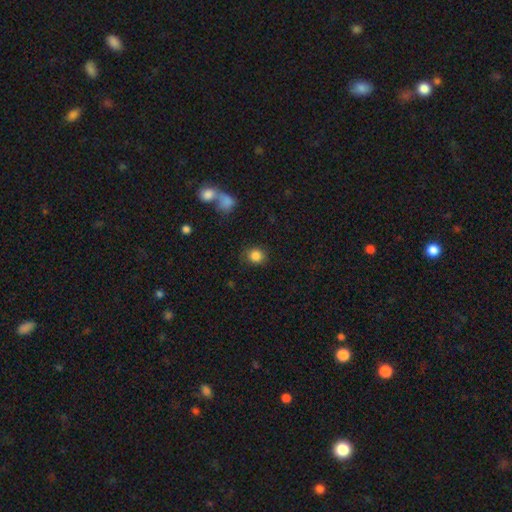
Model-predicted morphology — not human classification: A smooth galaxy with no disk features (85%) that is round (81%).

Vote fractions:
- Smooth or featured? smooth: 85% / star or artifact: 10% / featured or disk: 4%
- How rounded? round: 81% / in between: 18% / cigar-shaped: 1%
- Merging? none: 81% / minor disturbance: 12% / major disturbance: 4% / merger: 3%